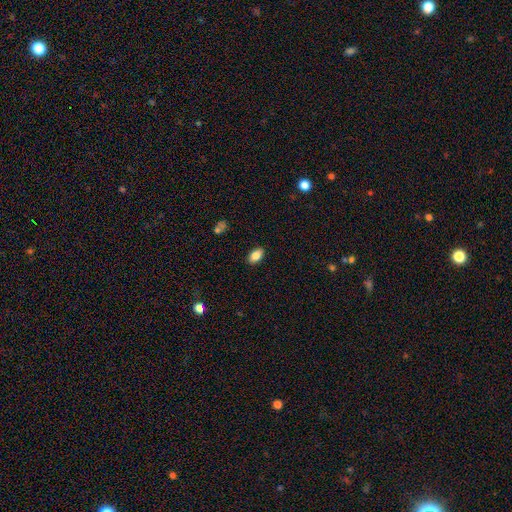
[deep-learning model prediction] This is clearly a smooth galaxy (84%). How rounded: clearly in between (91%). Merging: clearly none (88%).